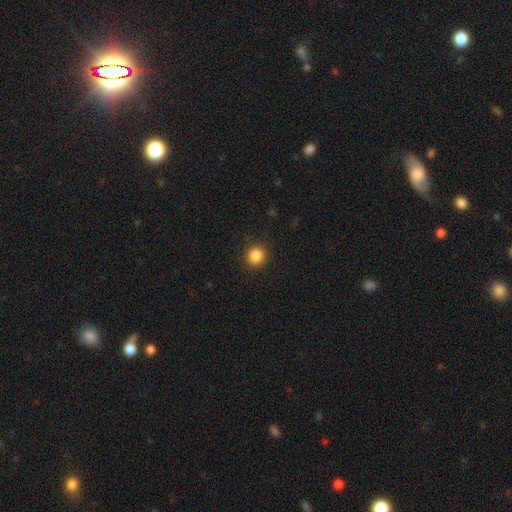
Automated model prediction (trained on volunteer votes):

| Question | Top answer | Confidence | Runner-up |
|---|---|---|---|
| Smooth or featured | smooth | 86% | star or artifact (11%) |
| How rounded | round | 87% | in between (12%) |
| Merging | none | 90% | minor disturbance (7%) |